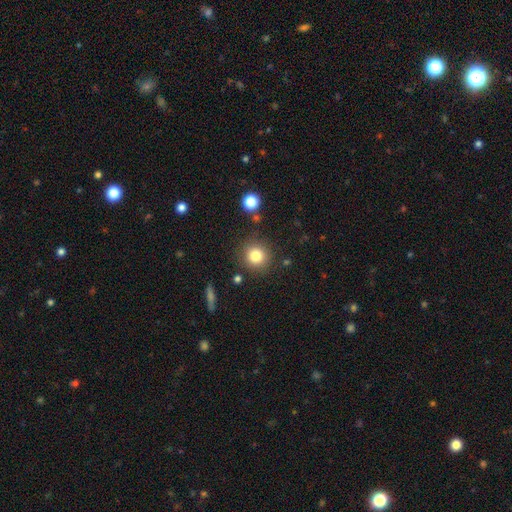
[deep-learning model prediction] Smooth or featured: smooth — 81% (star or artifact — 11%)
How rounded: round — 92% (in between — 7%)
Merging: none — 85% (minor disturbance — 8%)